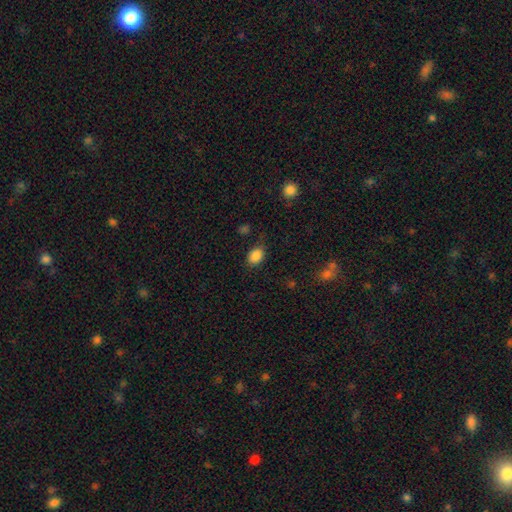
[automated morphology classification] Q: Smooth or featured?
A: smooth (87%); runner-up: star or artifact (10%)
Q: How rounded?
A: in between (70%); runner-up: round (29%)
Q: Merging?
A: none (76%); runner-up: minor disturbance (17%)